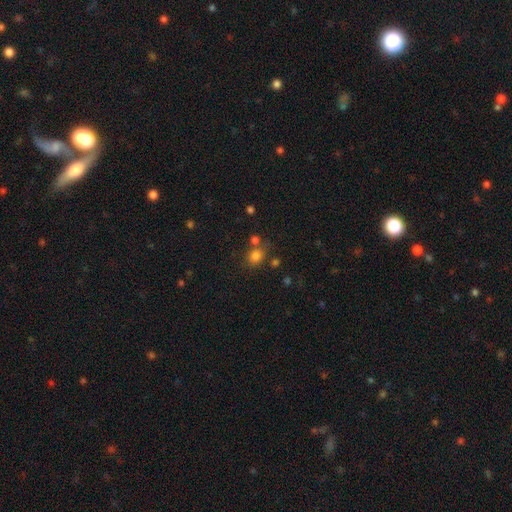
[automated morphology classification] Smooth or featured?
  - smooth: 78% *
  - star or artifact: 15%
  - featured or disk: 7%
How rounded?
  - round: 68% *
  - in between: 31%
  - cigar-shaped: 1%
Merging?
  - none: 62% *
  - merger: 20%
  - minor disturbance: 13%
  - major disturbance: 5%